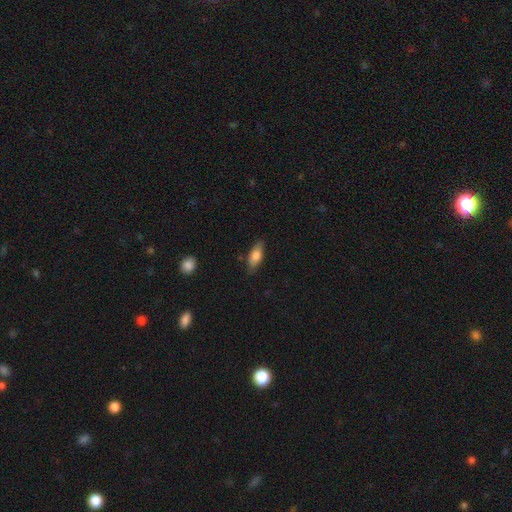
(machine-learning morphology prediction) Smooth or featured: smooth — 75% (featured or disk — 18%)
How rounded: in between — 74% (cigar-shaped — 23%)
Merging: none — 80% (minor disturbance — 16%)